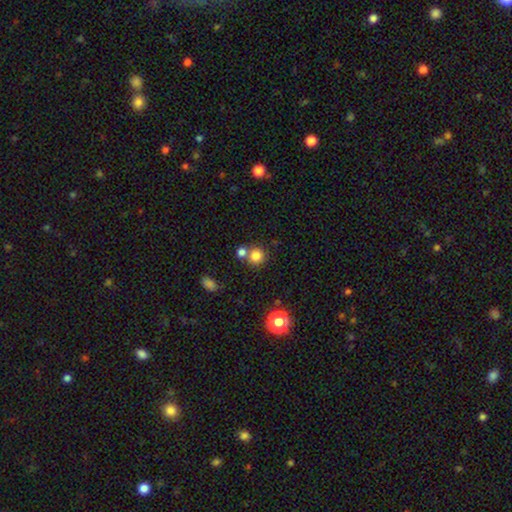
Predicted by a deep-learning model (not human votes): Smooth or featured?
  - smooth: 81% *
  - star or artifact: 13%
  - featured or disk: 7%
How rounded?
  - round: 90% *
  - in between: 10%
  - cigar-shaped: 1%
Merging?
  - none: 60% *
  - merger: 29%
  - minor disturbance: 8%
  - major disturbance: 3%